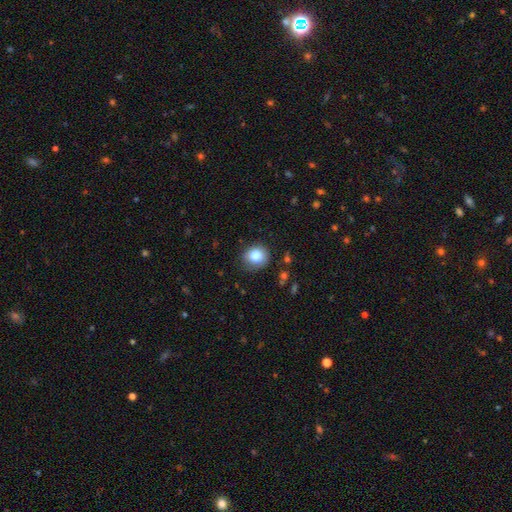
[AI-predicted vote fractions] Smooth or featured: smooth — 82% (star or artifact — 10%)
How rounded: round — 79% (in between — 20%)
Merging: none — 78% (minor disturbance — 16%)